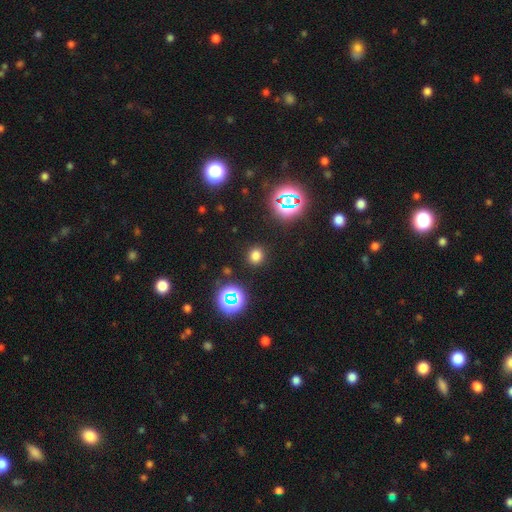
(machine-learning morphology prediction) Smooth or featured? Predicted: smooth (p=0.72). How rounded? Predicted: round (p=0.81). Merging? Predicted: none (p=0.90).